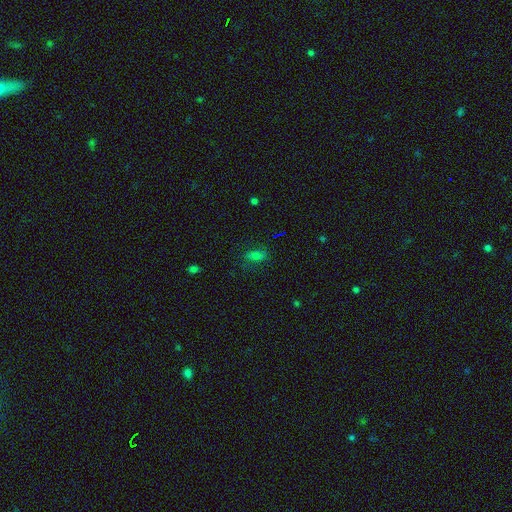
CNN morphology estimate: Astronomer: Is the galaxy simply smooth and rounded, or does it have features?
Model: smooth — 56%.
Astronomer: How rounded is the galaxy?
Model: in between — 80%.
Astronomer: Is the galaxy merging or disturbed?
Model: none — 72%.